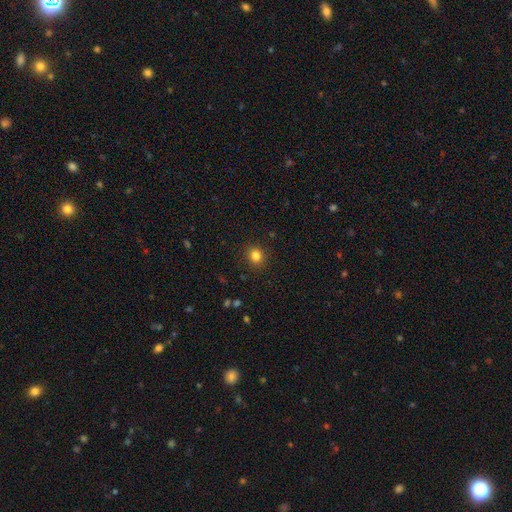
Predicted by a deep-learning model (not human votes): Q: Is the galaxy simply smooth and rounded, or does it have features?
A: smooth — 82%.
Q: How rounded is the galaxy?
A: round — 85%.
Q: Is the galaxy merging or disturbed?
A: none — 91%.